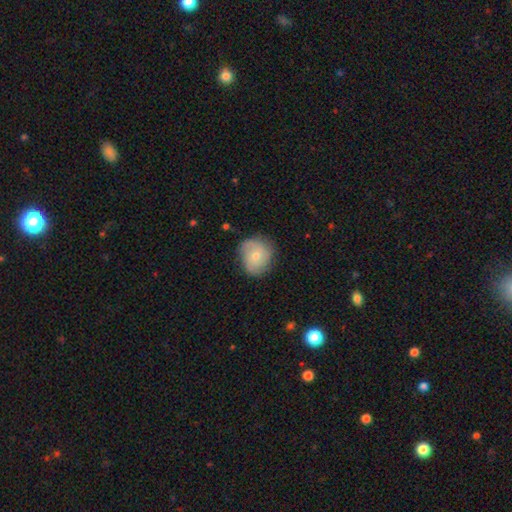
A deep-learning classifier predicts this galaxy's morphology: A smooth galaxy with no disk features (61%) that is round (81%).

Vote fractions:
- Smooth or featured? smooth: 61% / featured or disk: 31% / star or artifact: 7%
- How rounded? round: 81% / in between: 18% / cigar-shaped: 1%
- Merging? none: 73% / minor disturbance: 20% / major disturbance: 6% / merger: 1%